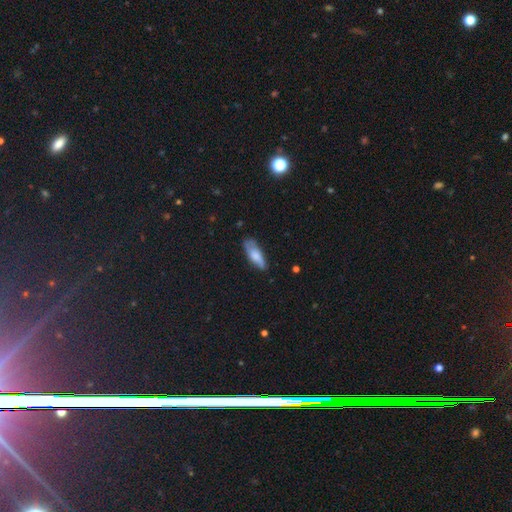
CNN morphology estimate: smooth_or_featured: smooth (p=0.68) [alt: featured or disk p=0.26]
how_rounded: in between (p=0.57) [alt: cigar-shaped p=0.41]
merging: none (p=0.68) [alt: minor disturbance p=0.25]